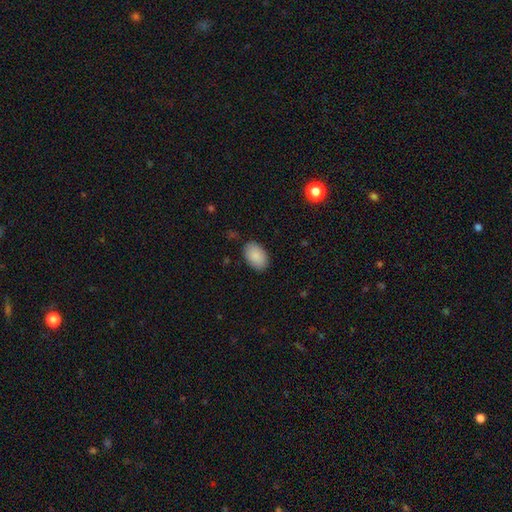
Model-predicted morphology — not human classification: Overall: smooth (90%). How rounded: in between (92%). Merging: none (87%).